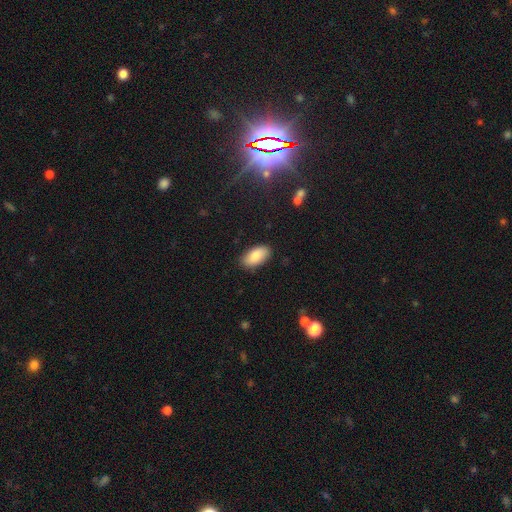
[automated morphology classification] The model was most divided on "smooth or featured": smooth: 84%, featured or disk: 9%, star or artifact: 7%. More confident: how rounded — in between (94%); merging — none (87%).